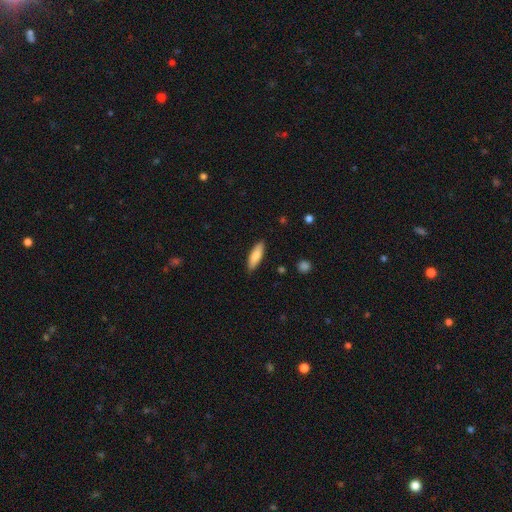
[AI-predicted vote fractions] smooth_or_featured: smooth (p=0.83) [alt: featured or disk p=0.11]
how_rounded: in between (p=0.51) [alt: cigar-shaped p=0.48]
merging: none (p=0.86) [alt: minor disturbance p=0.11]